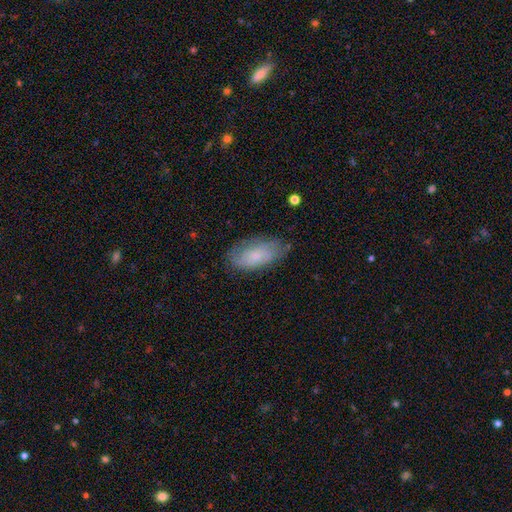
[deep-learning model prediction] Morphology: type=smooth (62%); roundness=in between (92%); merging=none (70%).